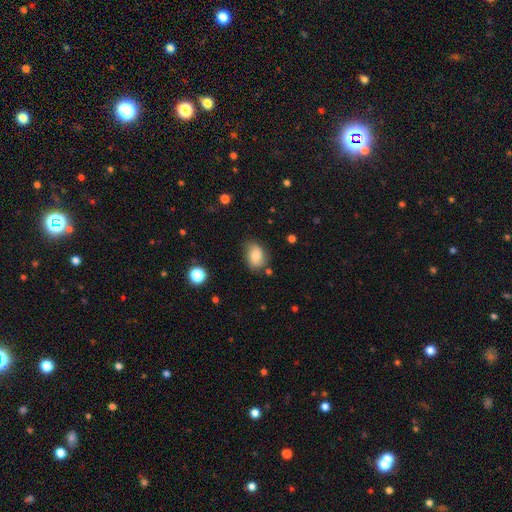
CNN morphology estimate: A smooth galaxy with no disk features (71%) that is in between round and cigar-shaped (72%).

Vote fractions:
- Smooth or featured? smooth: 71% / featured or disk: 20% / star or artifact: 9%
- How rounded? in between: 72% / round: 27% / cigar-shaped: 1%
- Merging? none: 66% / minor disturbance: 25% / major disturbance: 6% / merger: 3%